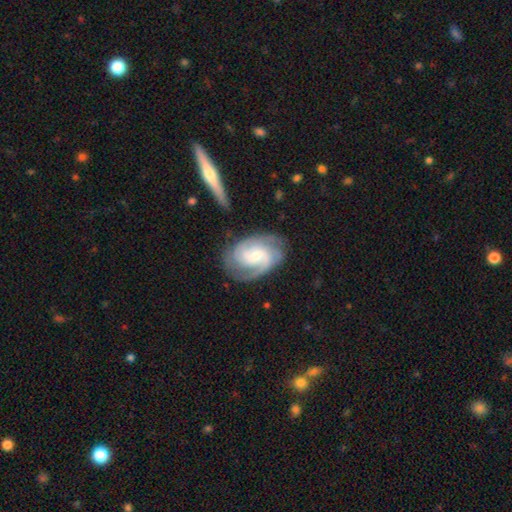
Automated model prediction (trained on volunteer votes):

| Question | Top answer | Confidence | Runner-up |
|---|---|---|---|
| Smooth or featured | featured or disk | 87% | smooth (9%) |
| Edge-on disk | no | 97% | yes (3%) |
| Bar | weak | 50% | no (39%) |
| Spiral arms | yes | 97% | no (3%) |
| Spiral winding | tight | 47% | medium (42%) |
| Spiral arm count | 3 | 35% | 2 (33%) |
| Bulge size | small | 46% | tied: moderate (46%) |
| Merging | none | 74% | minor disturbance (17%) |